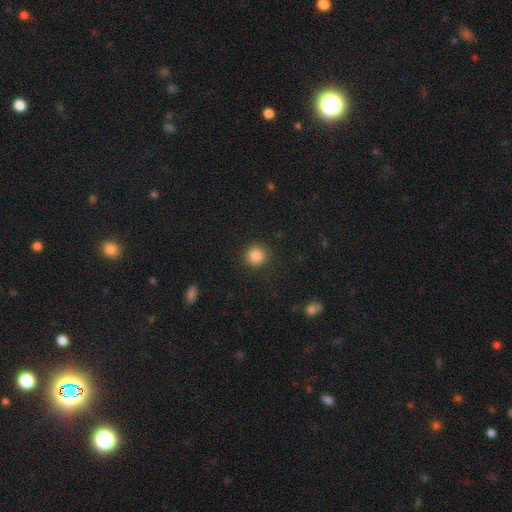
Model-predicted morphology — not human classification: The model was most divided on "smooth or featured": smooth: 85%, star or artifact: 10%, featured or disk: 5%. More confident: how rounded — round (93%); merging — none (90%).